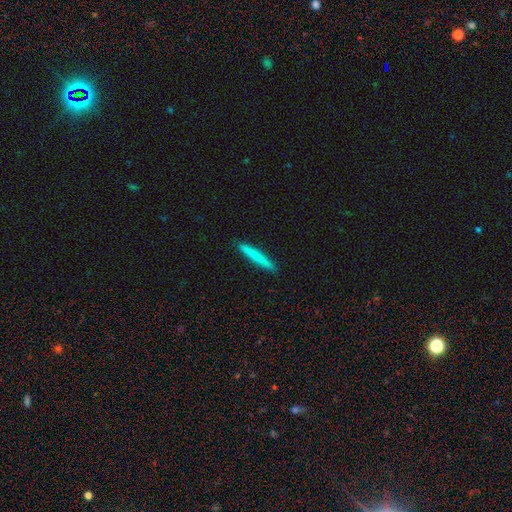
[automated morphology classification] A smooth galaxy with no disk features (76%) that is cigar-shaped (96%).

Vote fractions:
- Smooth or featured? smooth: 76% / featured or disk: 19% / star or artifact: 5%
- How rounded? cigar-shaped: 96% / in between: 2% / round: 1%
- Merging? none: 92% / minor disturbance: 5% / major disturbance: 1% / merger: 1%